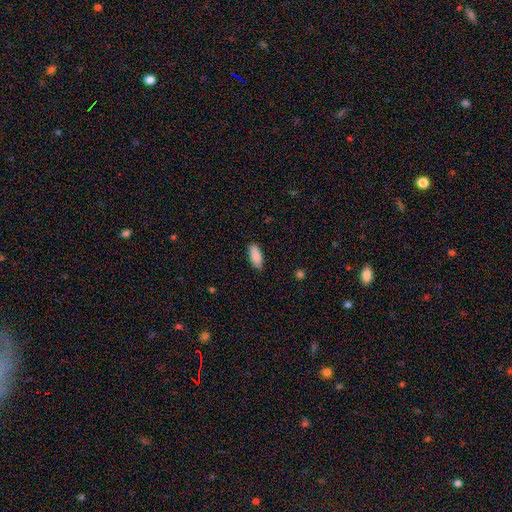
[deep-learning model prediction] smooth_or_featured: smooth (p=0.89) [alt: star or artifact p=0.06]
how_rounded: in between (p=0.83) [alt: cigar-shaped p=0.15]
merging: none (p=0.85) [alt: minor disturbance p=0.12]